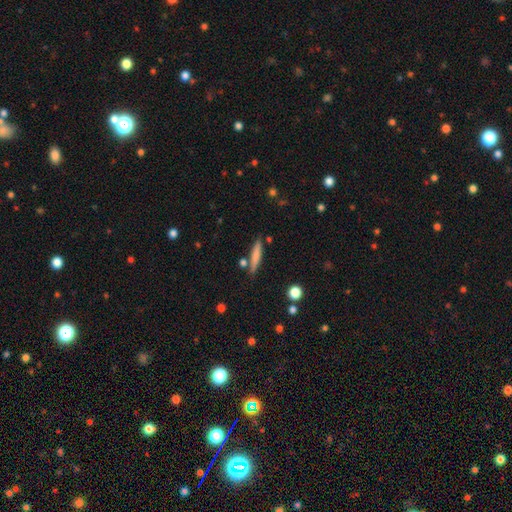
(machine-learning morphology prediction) Overall: smooth (72%). How rounded: cigar-shaped (90%). Merging: none (81%).